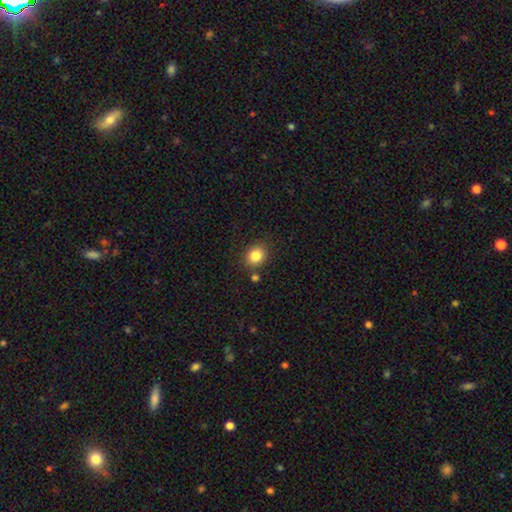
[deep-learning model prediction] The model was most divided on "how rounded": round: 71%, in between: 28%, cigar-shaped: 1%. More confident: smooth or featured — smooth (83%); merging — none (81%).